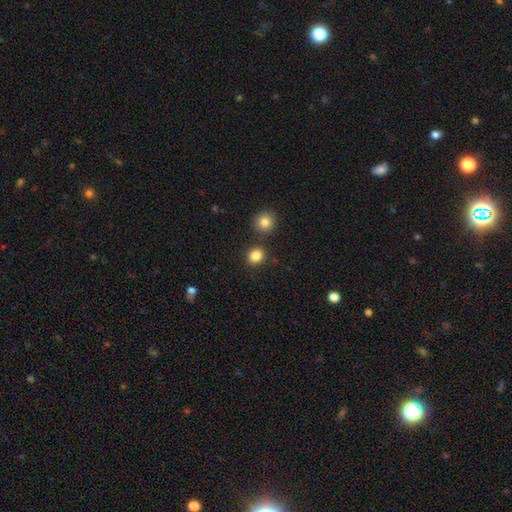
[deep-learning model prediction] This is clearly a smooth galaxy (84%). How rounded: likely round (75%). Merging: clearly none (83%).